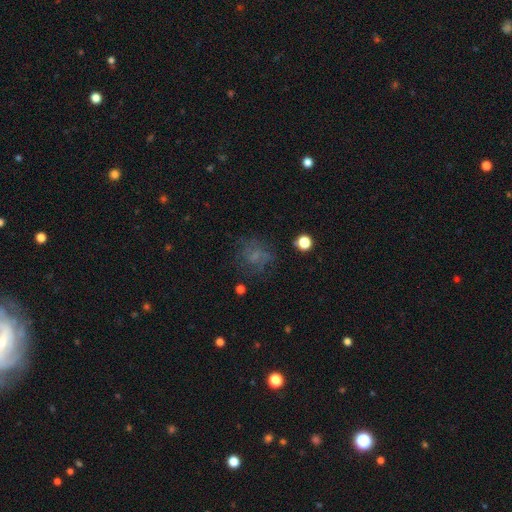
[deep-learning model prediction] A smooth galaxy with no disk features (42%). Merging: none (61%).